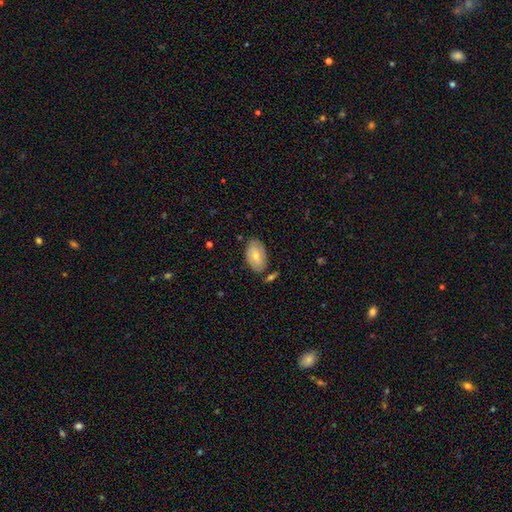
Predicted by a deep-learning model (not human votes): A smooth galaxy with no disk features (56%) that is in between round and cigar-shaped (91%). Merging: none (74%).